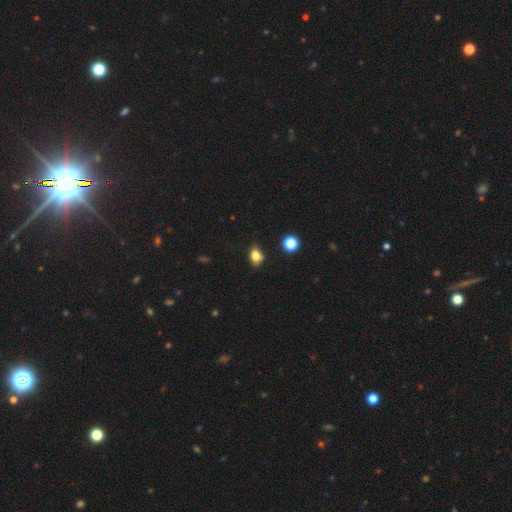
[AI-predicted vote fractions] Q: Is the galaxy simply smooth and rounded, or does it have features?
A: smooth — 79%.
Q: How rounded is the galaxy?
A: in between — 71%.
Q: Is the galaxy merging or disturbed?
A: none — 76%.